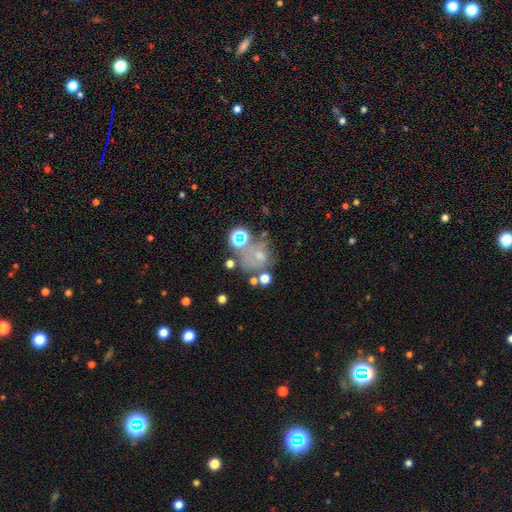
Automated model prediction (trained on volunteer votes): Overall: smooth (35%; star or artifact 34%). Merging: none (47%; merger 21%).